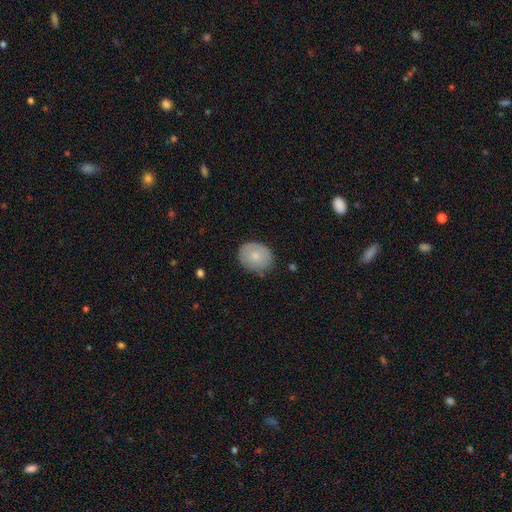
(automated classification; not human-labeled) The model was most divided on "how rounded": round: 57%, in between: 42%, cigar-shaped: 1%. More confident: merging — none (78%); smooth or featured — smooth (75%).